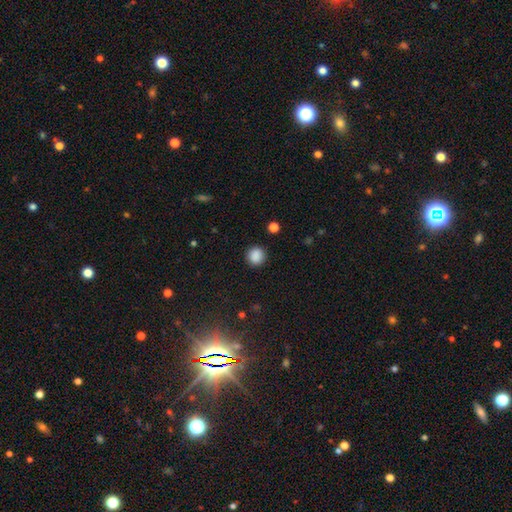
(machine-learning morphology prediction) This appears to be a smooth galaxy with no disk features (88%) that is round (90%). Merging: none (90%).